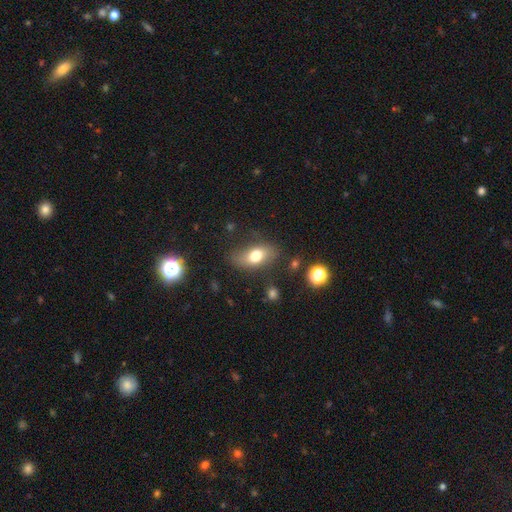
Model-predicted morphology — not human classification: smooth-or-featured: smooth: 71% | featured or disk: 20% | star or artifact: 9%
  how-rounded: in between: 85% | round: 9% | cigar-shaped: 6%
  merging: none: 73% | minor disturbance: 18% | major disturbance: 6% | merger: 2%